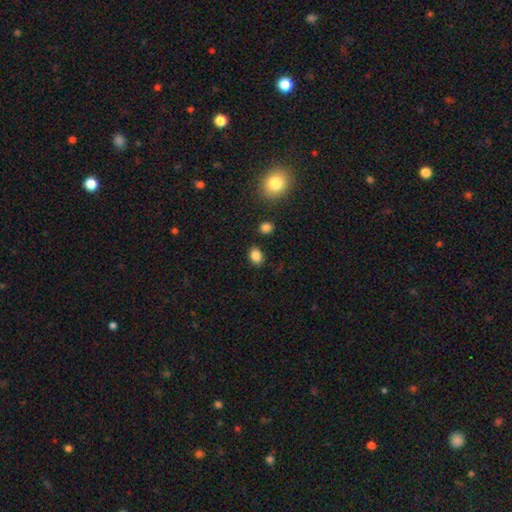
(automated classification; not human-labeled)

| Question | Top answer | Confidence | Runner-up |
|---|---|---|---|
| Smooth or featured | smooth | 85% | star or artifact (11%) |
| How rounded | in between | 68% | round (31%) |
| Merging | none | 84% | minor disturbance (10%) |